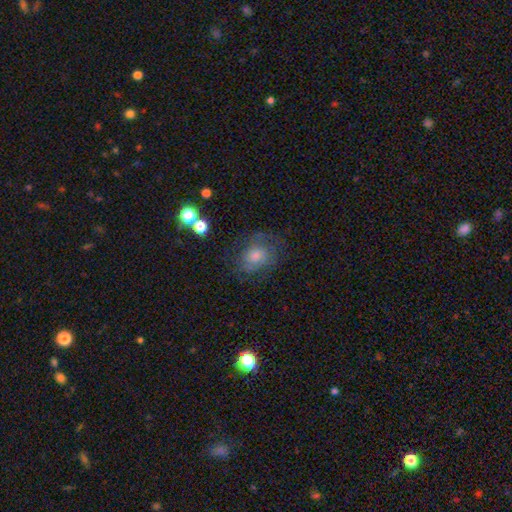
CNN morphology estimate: Smooth or featured? smooth (49%)
Merging? none (62%)